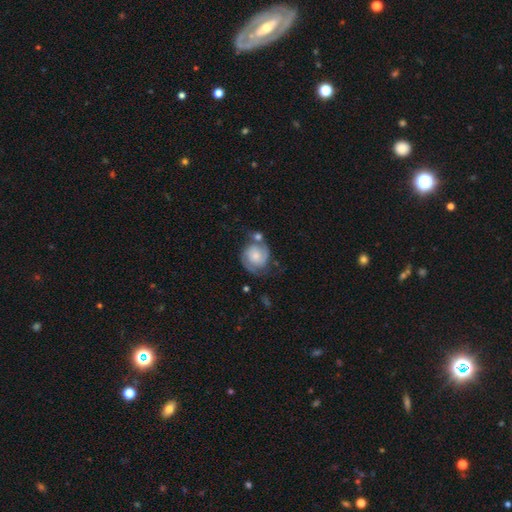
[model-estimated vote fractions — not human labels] Smooth or featured: featured or disk — 75% (smooth — 18%)
Edge-on disk: no — 98% (yes — 2%)
Bar: no — 70% (weak — 25%)
Spiral arms: yes — 94% (no — 6%)
Spiral winding: tight — 46% (medium — 41%)
Spiral arm count: 2 — 84% (can't tell — 7%)
Bulge size: small — 42% (moderate — 41%)
Merging: none — 50% (minor disturbance — 21%)